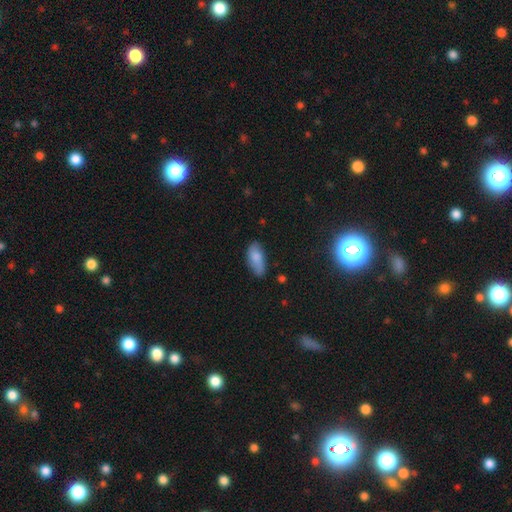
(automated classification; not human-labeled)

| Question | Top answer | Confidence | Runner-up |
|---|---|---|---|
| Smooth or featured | smooth | 81% | featured or disk (12%) |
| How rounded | in between | 88% | cigar-shaped (10%) |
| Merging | none | 68% | minor disturbance (25%) |